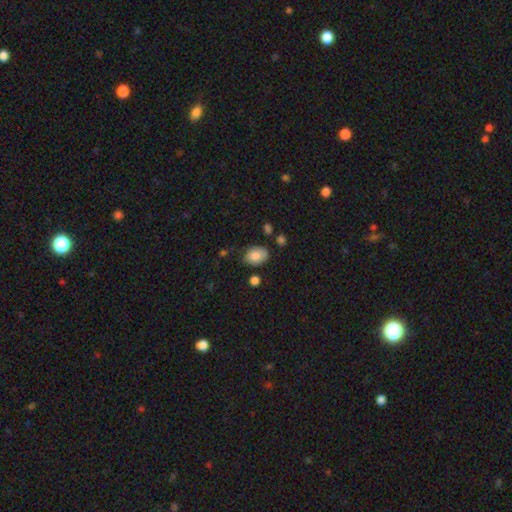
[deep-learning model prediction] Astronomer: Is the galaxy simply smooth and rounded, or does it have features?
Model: smooth — 83%.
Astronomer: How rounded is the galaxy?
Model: in between — 76%.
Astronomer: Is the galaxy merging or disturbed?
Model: none — 68%.